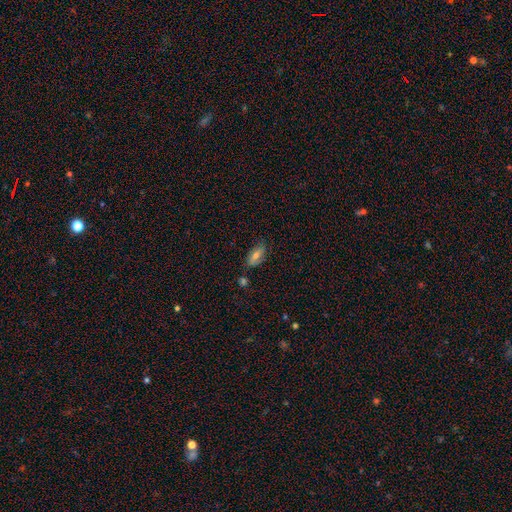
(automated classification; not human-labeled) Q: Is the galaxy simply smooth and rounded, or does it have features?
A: smooth — 61%.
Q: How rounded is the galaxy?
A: in between — 84%.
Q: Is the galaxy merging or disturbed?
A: none — 75%.